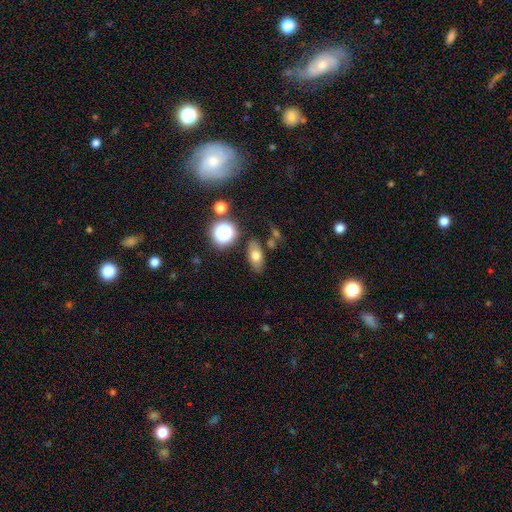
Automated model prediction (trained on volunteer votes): Smooth or featured: smooth — 69% (featured or disk — 18%)
How rounded: in between — 82% (round — 11%)
Merging: none — 77% (minor disturbance — 13%)